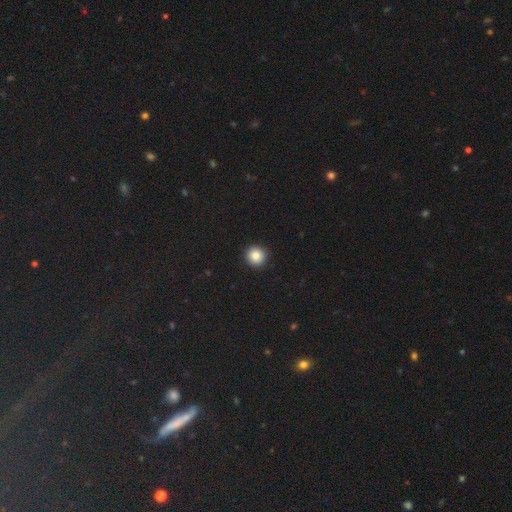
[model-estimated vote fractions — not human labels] This is clearly a smooth galaxy (85%). How rounded: clearly round (95%). Merging: clearly none (93%).